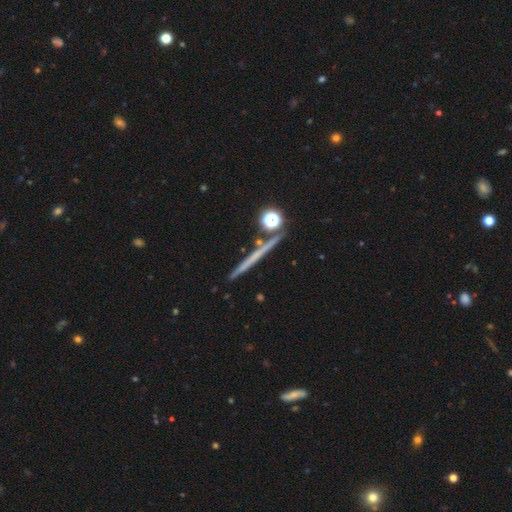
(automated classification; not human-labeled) This appears to be a featured or disk galaxy (49%). Merging: none (86%).